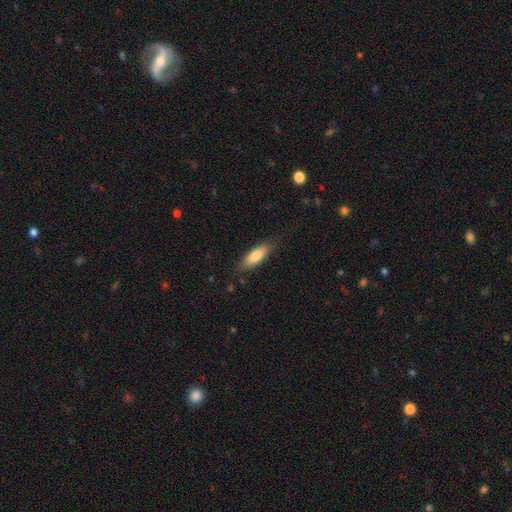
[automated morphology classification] type=smooth (78%); roundness=in between (54%); merging=none (81%).